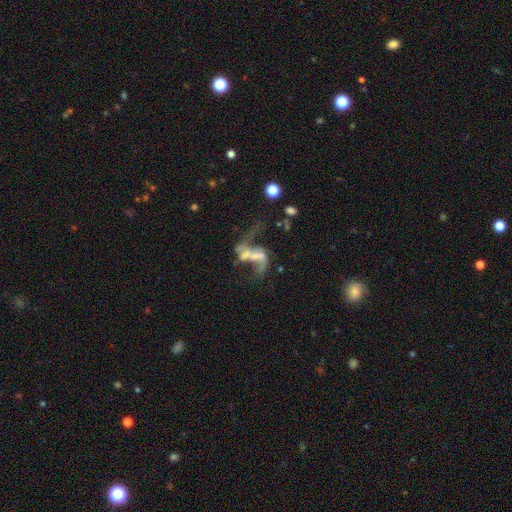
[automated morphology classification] Smooth or featured: featured or disk — 76% (smooth — 13%)
Edge-on disk: no — 96% (yes — 4%)
Bar: weak — 37% (no — 34%)
Spiral arms: yes — 78% (no — 22%)
Spiral winding: loose — 84% (medium — 13%)
Spiral arm count: 2 — 81% (1 — 10%)
Bulge size: none — 41% (small — 29%)
Merging: merger — 34% (major disturbance — 28%)